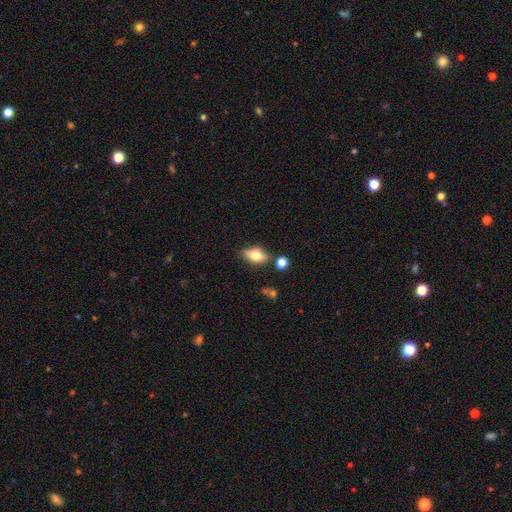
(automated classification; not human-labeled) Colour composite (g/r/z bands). It shows a smooth galaxy with no disk features (69%) that is in between round and cigar-shaped (84%). Merging: none (74%).